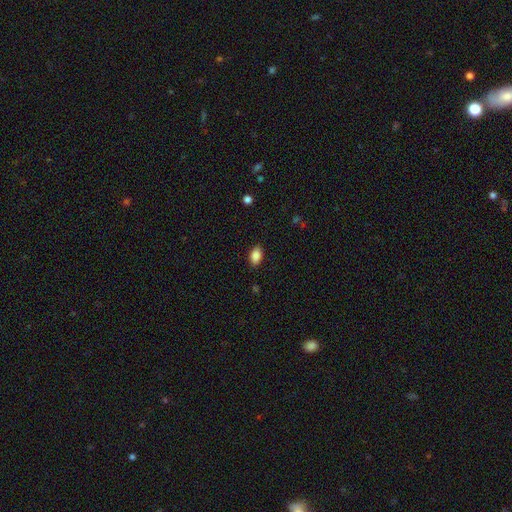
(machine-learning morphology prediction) Smooth or featured: smooth — 88% (star or artifact — 8%)
How rounded: in between — 90% (round — 9%)
Merging: none — 87% (minor disturbance — 9%)